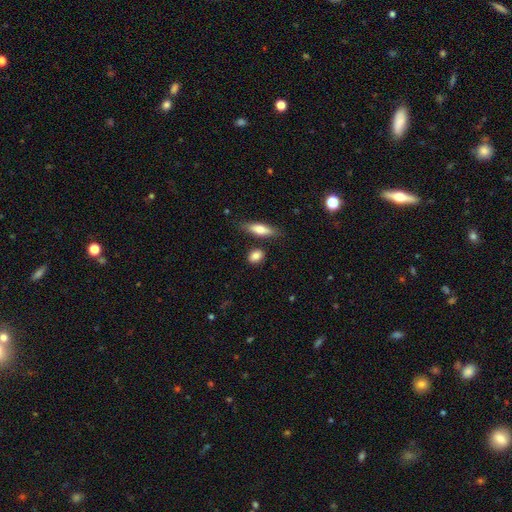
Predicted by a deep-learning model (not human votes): This is clearly a smooth galaxy (83%). How rounded: possibly in between (56%). Merging: clearly none (80%).